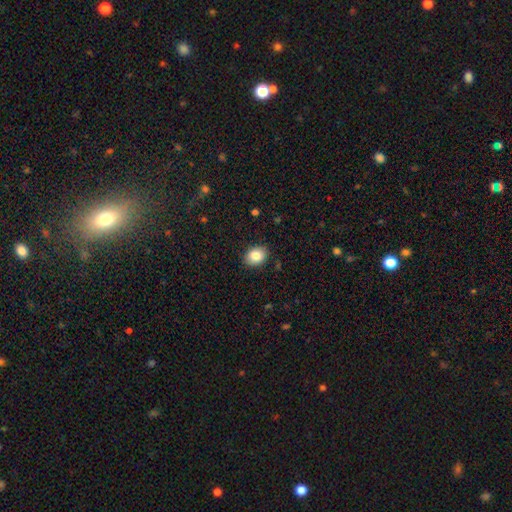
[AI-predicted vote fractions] smooth 85%, star or artifact 8%, featured or disk 6%. Down the decision tree: how rounded — in between (57%); merging — none (89%).